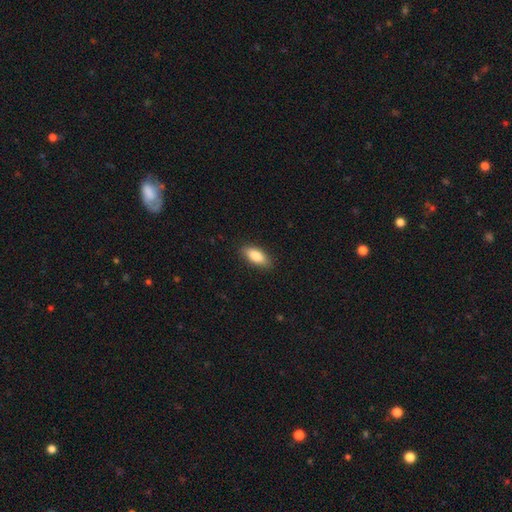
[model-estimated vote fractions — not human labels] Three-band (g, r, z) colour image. It shows a smooth galaxy with no disk features (86%) that is in between round and cigar-shaped (82%). Merging: none (87%).